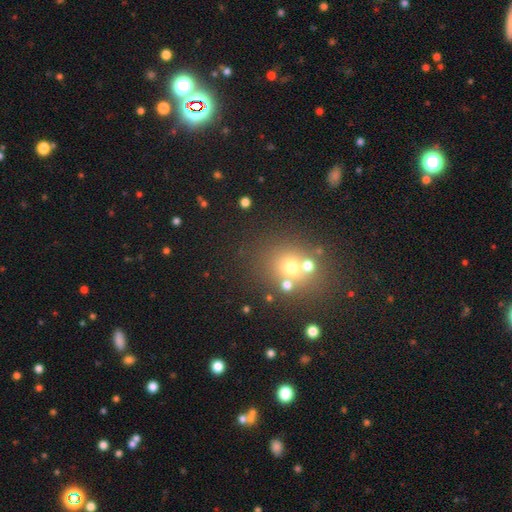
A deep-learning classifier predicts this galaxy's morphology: Smooth or featured? smooth (45%)
Merging? none (63%)